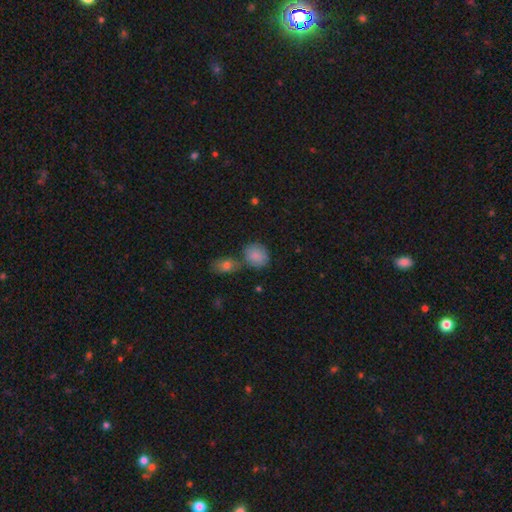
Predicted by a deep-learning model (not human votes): Morphology: type=smooth (85%); roundness=round (60%); merging=none (55%).